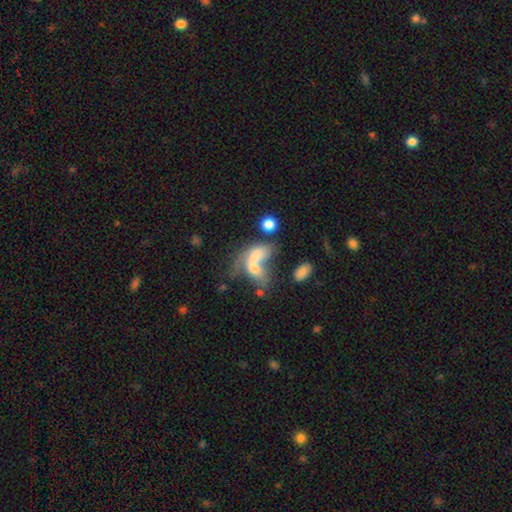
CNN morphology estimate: A smooth galaxy with no disk features (61%) that is in between round and cigar-shaped (83%). Merging: merger (69%).